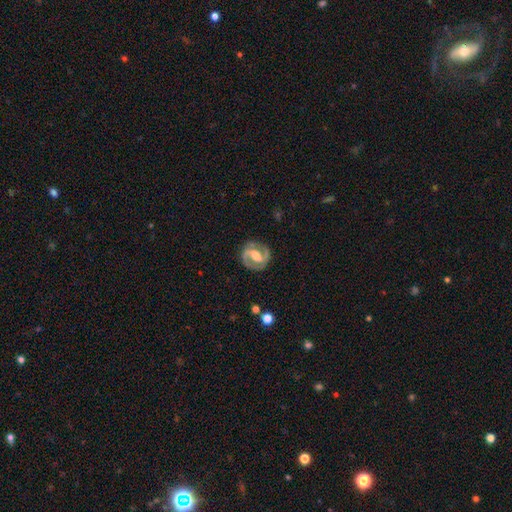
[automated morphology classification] Overall: featured or disk (87%). Edge-on disk: no (98%). Bar: strong (42%; weak 40%). Spiral arms: yes (94%). Spiral arm count: 2 (92%). Spiral winding: medium (52%; tight 36%). Bulge size: moderate (67%). Merging: none (84%).